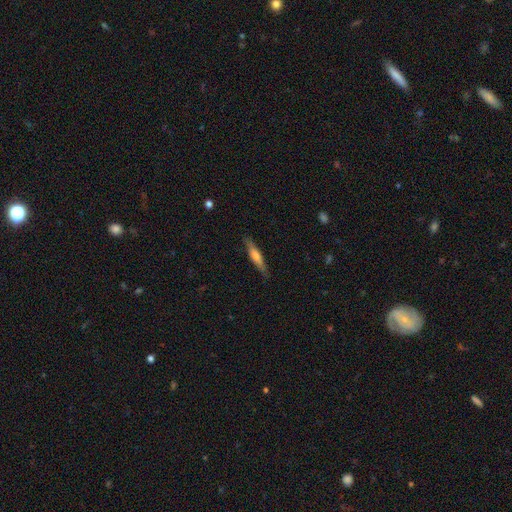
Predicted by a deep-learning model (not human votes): Smooth or featured: smooth — 50% (featured or disk — 44%)
How rounded: cigar-shaped — 88% (in between — 10%)
Merging: none — 86% (minor disturbance — 10%)